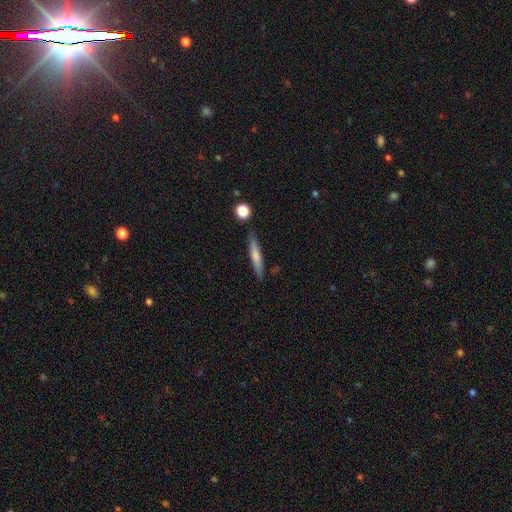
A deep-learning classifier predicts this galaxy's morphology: This appears to be a smooth galaxy with no disk features (66%) that is cigar-shaped (91%). Merging: none (84%).